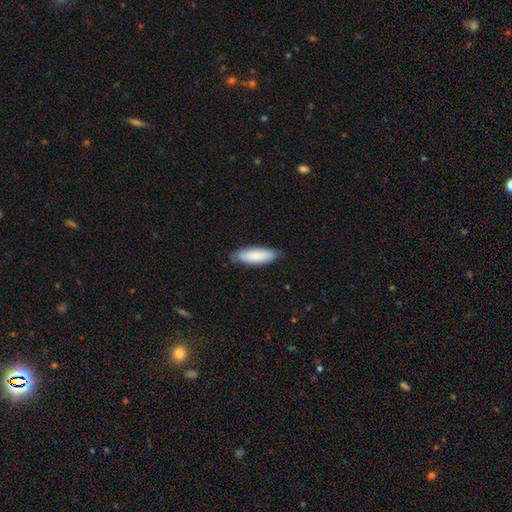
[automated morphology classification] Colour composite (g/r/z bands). It shows a smooth galaxy with no disk features (83%) that is in between round and cigar-shaped (66%). Merging: none (77%).